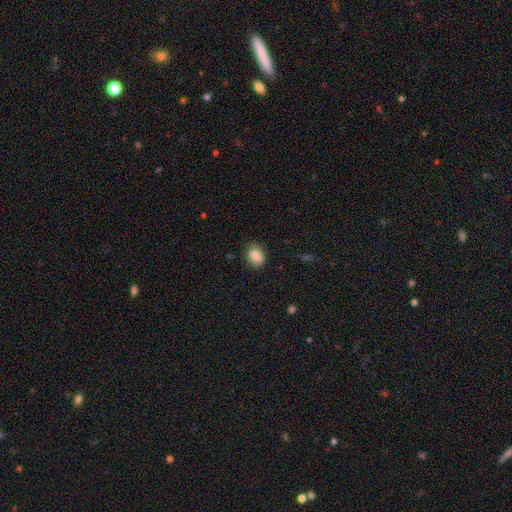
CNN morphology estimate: This appears to be a smooth galaxy with no disk features (85%) that is in between round and cigar-shaped (70%). Merging: none (76%).